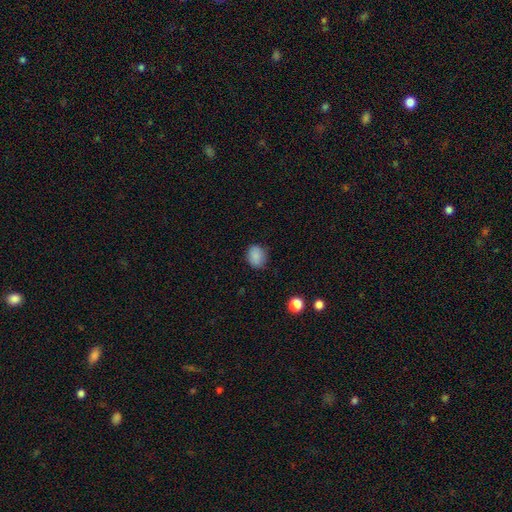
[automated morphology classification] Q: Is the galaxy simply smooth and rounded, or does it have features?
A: smooth — 87%.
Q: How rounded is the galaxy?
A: round — 52%.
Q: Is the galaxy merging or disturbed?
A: none — 83%.